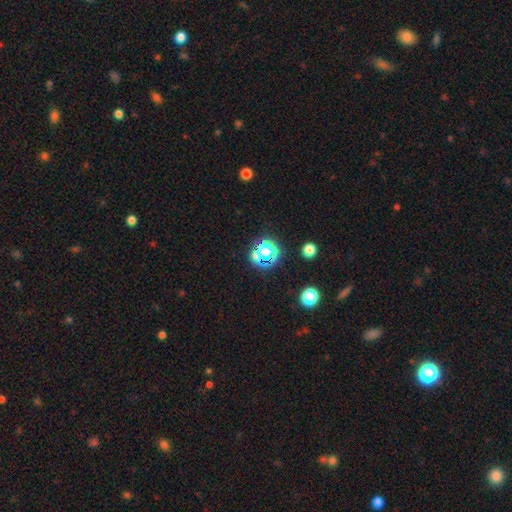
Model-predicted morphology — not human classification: Smooth or featured? star or artifact (64%)